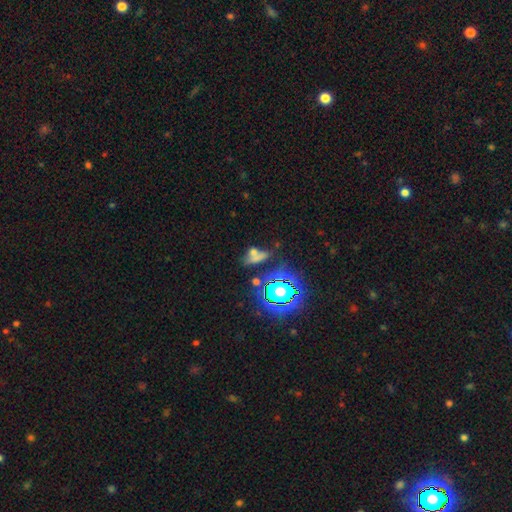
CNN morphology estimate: A smooth galaxy with no disk features (51%) that is in between round and cigar-shaped (61%). Merging: none (39%).